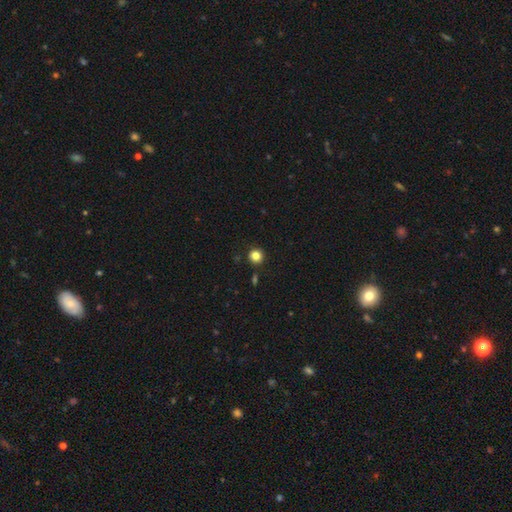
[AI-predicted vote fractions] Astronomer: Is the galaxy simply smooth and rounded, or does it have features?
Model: smooth — 83%.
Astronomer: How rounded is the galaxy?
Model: round — 94%.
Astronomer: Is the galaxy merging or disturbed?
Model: none — 91%.